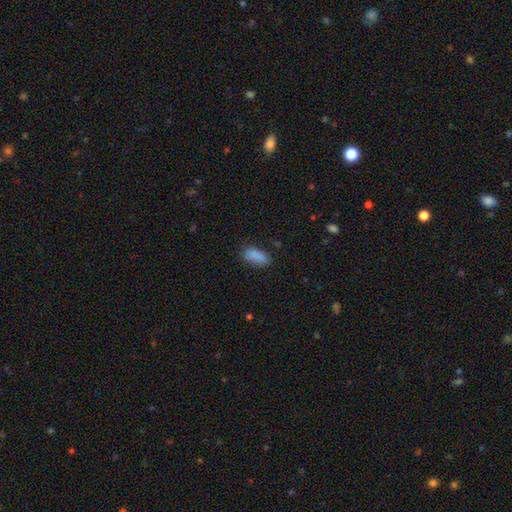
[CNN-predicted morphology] smooth_or_featured: smooth (p=0.87) [alt: star or artifact p=0.08]
how_rounded: in between (p=0.86) [alt: cigar-shaped p=0.11]
merging: none (p=0.77) [alt: minor disturbance p=0.17]